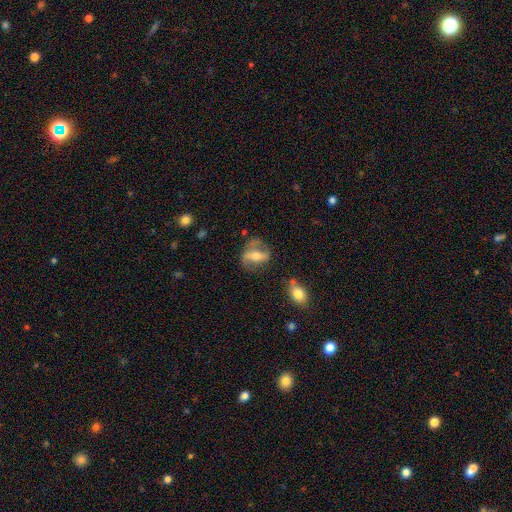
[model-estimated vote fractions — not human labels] A featured or disk galaxy (62%) with a strong bar (53%), spiral arms (62%) and a moderate central bulge (59%).

Vote fractions:
- Smooth or featured? featured or disk: 62% / smooth: 30% / star or artifact: 8%
- Edge-on disk? no: 83% / yes: 17%
- Bar? strong: 53% / weak: 26% / no: 22%
- Spiral arms? yes: 62% / no: 38%
- Bulge size? moderate: 59% / small: 29% / large: 8% / none: 3% / dominant: 2%
- Merging? none: 61% / minor disturbance: 21% / major disturbance: 13% / merger: 5%